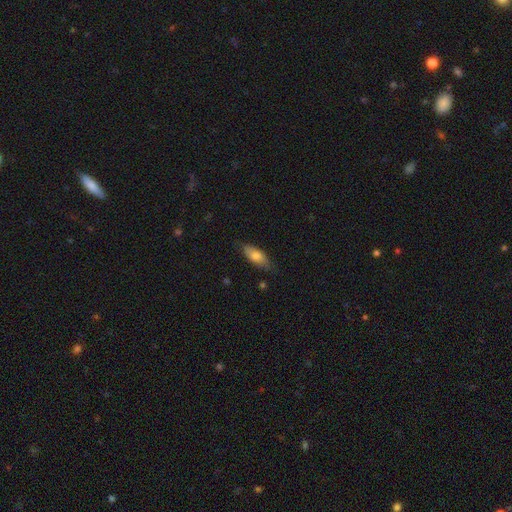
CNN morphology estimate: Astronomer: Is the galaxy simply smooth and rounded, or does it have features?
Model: smooth — 71%.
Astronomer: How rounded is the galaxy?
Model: in between — 77%.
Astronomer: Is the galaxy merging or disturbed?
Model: none — 76%.